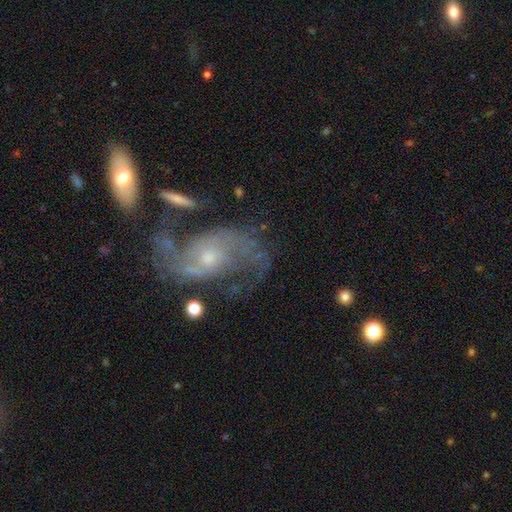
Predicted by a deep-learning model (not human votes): This appears to be a featured or disk galaxy (84%) with no bar (63%), 2 (80%) medium (45%) spiral arms (94%) and a small central bulge (53%). Merging: none (57%).